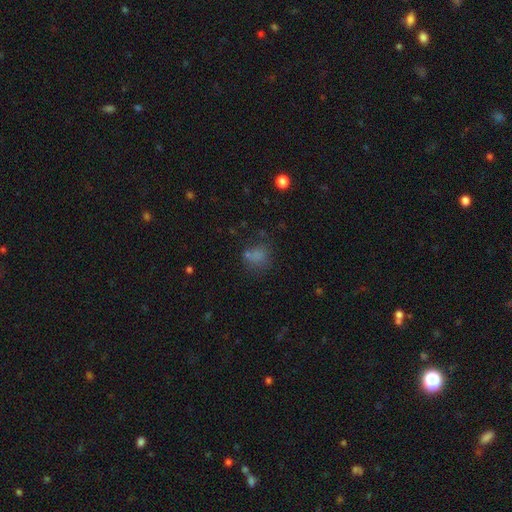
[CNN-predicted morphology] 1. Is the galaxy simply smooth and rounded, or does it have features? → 72% smooth, 18% star or artifact, 10% featured or disk.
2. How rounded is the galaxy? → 65% round, 34% in between, 1% cigar-shaped.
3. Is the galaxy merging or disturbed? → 59% none, 19% minor disturbance, 12% major disturbance, 10% merger.